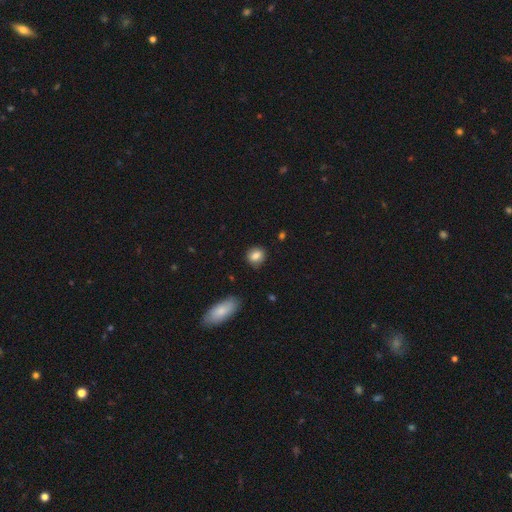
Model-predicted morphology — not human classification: A smooth galaxy with no disk features (84%) that is round (73%).

Vote fractions:
- Smooth or featured? smooth: 84% / star or artifact: 9% / featured or disk: 8%
- How rounded? round: 73% / in between: 26% / cigar-shaped: 1%
- Merging? none: 83% / minor disturbance: 12% / major disturbance: 3% / merger: 2%